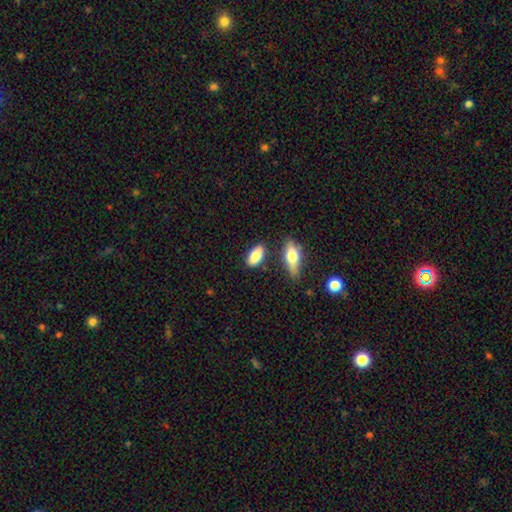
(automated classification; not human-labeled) A smooth galaxy with no disk features (80%) that is in between round and cigar-shaped (89%).

Vote fractions:
- Smooth or featured? smooth: 80% / featured or disk: 13% / star or artifact: 6%
- How rounded? in between: 89% / cigar-shaped: 7% / round: 4%
- Merging? none: 78% / minor disturbance: 12% / merger: 7% / major disturbance: 3%